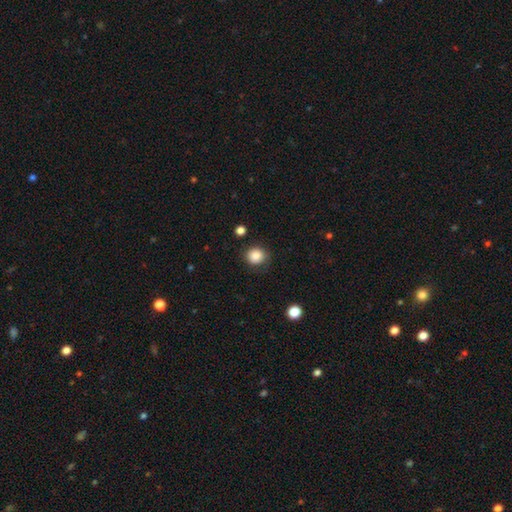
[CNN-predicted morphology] smooth-or-featured: smooth: 84% | star or artifact: 10% | featured or disk: 6%
  how-rounded: round: 87% | in between: 12% | cigar-shaped: 1%
  merging: none: 81% | minor disturbance: 13% | major disturbance: 4% | merger: 2%